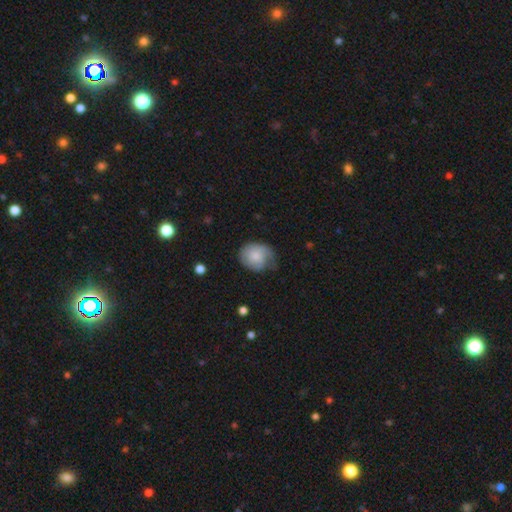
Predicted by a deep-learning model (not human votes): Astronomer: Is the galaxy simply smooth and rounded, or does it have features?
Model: smooth — 64%.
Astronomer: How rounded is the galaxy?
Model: round — 66%.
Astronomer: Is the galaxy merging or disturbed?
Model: none — 44% (runner-up: minor disturbance, 37%).